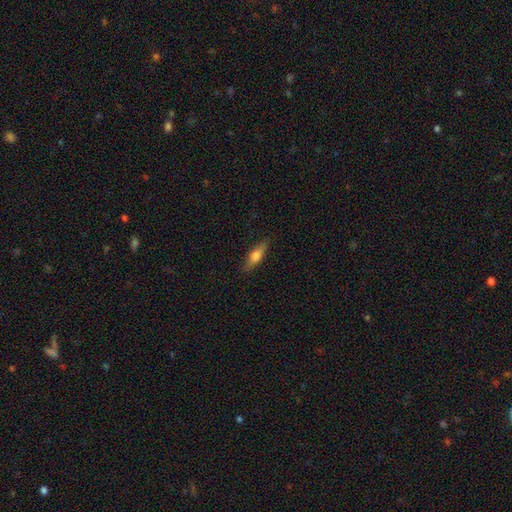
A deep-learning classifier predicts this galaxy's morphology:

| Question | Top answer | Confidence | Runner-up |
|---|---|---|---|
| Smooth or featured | smooth | 65% | featured or disk (29%) |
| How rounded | cigar-shaped | 52% | in between (45%) |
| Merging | none | 87% | minor disturbance (10%) |